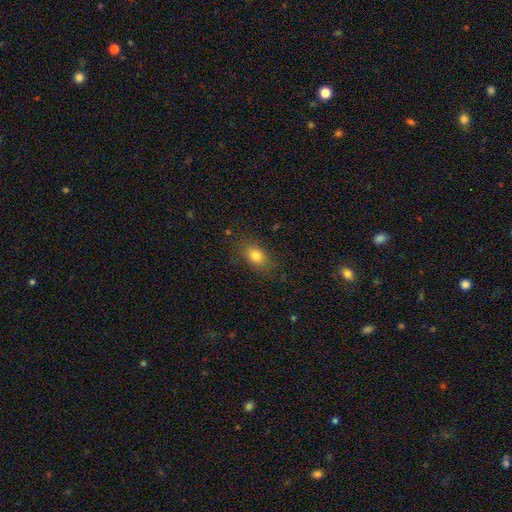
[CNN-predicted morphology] smooth 80%, star or artifact 11%, featured or disk 9%. Down the decision tree: how rounded — in between (73%); merging — none (80%).